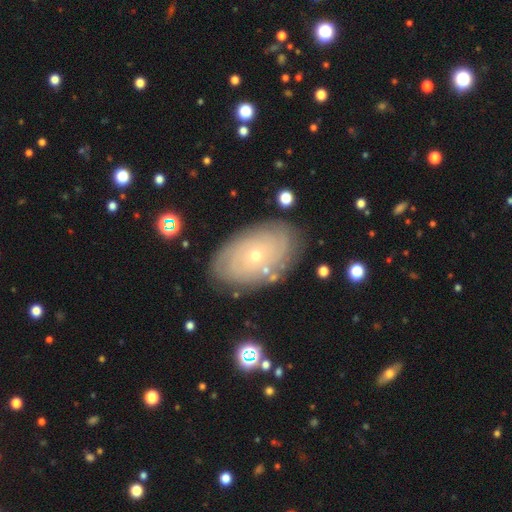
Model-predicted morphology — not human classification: Smooth or featured?
  - featured or disk: 69% *
  - smooth: 22%
  - star or artifact: 8%
Edge-on disk?
  - no: 94% *
  - yes: 6%
Bar?
  - no: 88% *
  - weak: 9%
  - strong: 2%
Spiral arms?
  - yes: 78% *
  - no: 22%
Spiral winding?
  - tight: 81% *
  - medium: 14%
  - loose: 5%
Spiral arm count?
  - can't tell: 58% *
  - 2: 12%
  - 4: 9%
  - more than 4: 8%
  - 3: 8%
  - 1: 5%
Bulge size?
  - small: 79% *
  - moderate: 18%
  - large: 1%
  - none: 1%
  - dominant: 1%
Merging?
  - none: 82% *
  - minor disturbance: 13%
  - major disturbance: 3%
  - merger: 2%